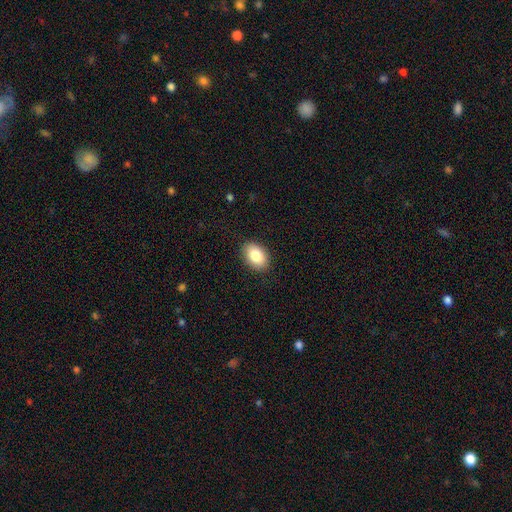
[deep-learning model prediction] A smooth galaxy with no disk features (84%) that is in between round and cigar-shaped (86%). Merging: none (89%).